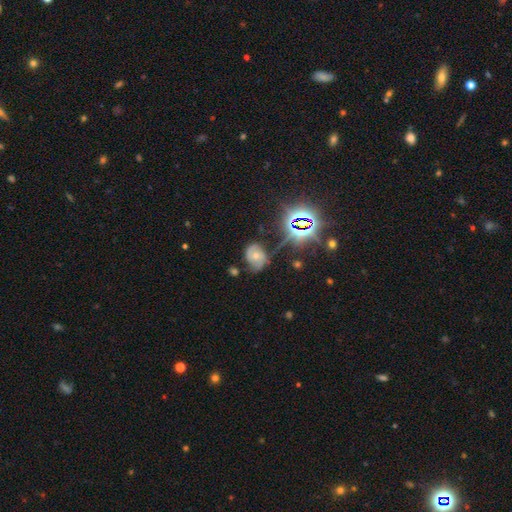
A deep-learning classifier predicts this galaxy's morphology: Smooth or featured? Predicted: featured or disk (p=0.48). Merging? Predicted: none (p=0.55).